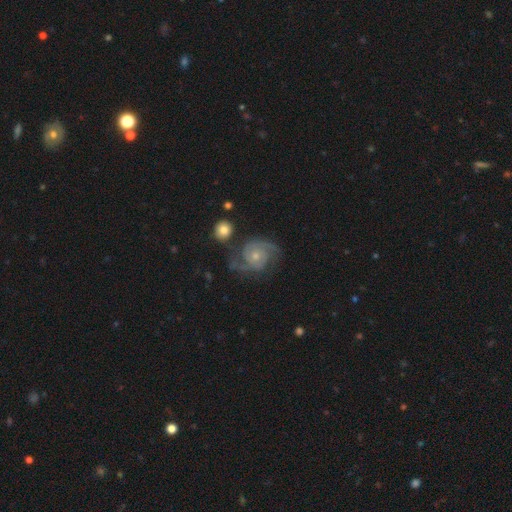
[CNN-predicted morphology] type=featured or disk (88%); edge-on=no (98%); bar=no (75%); spiral arms=yes (97%); winding=medium (47%); arm count=2 (78%); bulge=small (57%); merging=none (69%).